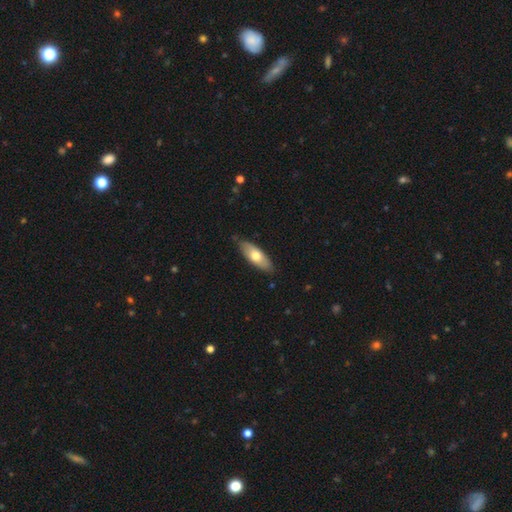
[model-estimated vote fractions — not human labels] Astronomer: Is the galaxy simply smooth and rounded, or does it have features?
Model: smooth — 64%.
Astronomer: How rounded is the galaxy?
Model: in between — 71%.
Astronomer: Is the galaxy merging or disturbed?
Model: none — 82%.